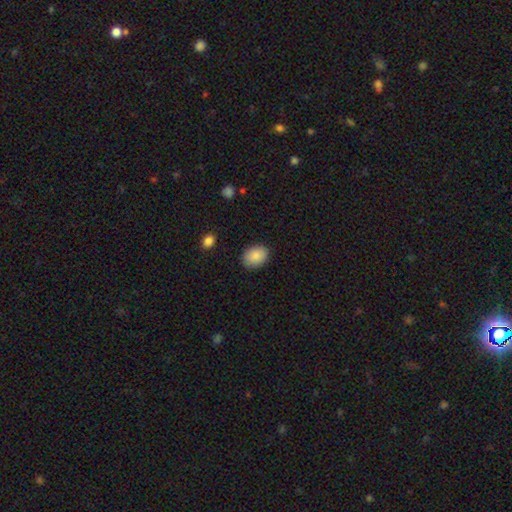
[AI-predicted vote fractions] This appears to be a smooth galaxy with no disk features (88%) that is in between round and cigar-shaped (72%). Merging: none (86%).